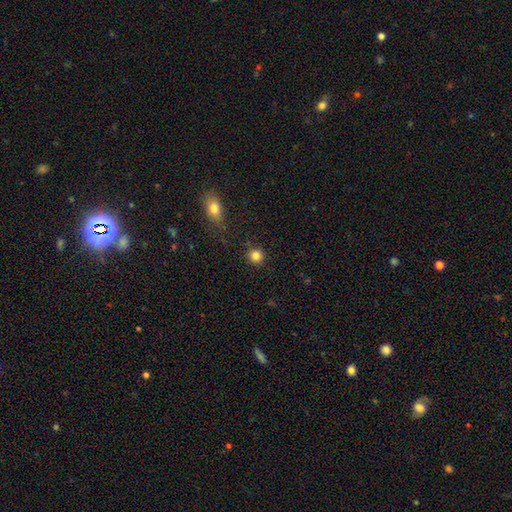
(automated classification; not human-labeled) Overall: smooth (84%). How rounded: round (93%). Merging: none (88%).